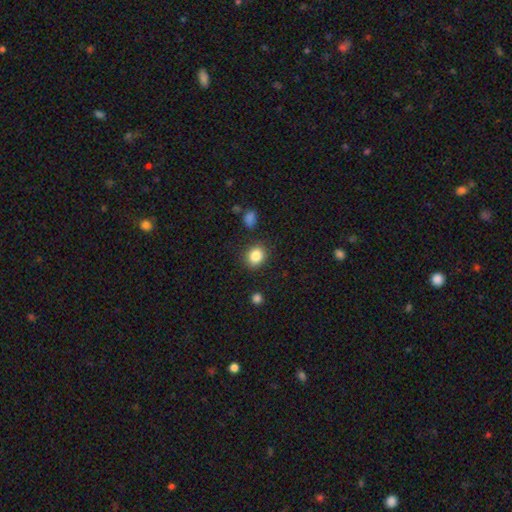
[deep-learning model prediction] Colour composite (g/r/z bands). It shows a smooth galaxy with no disk features (85%) that is round (62%). Merging: none (85%).